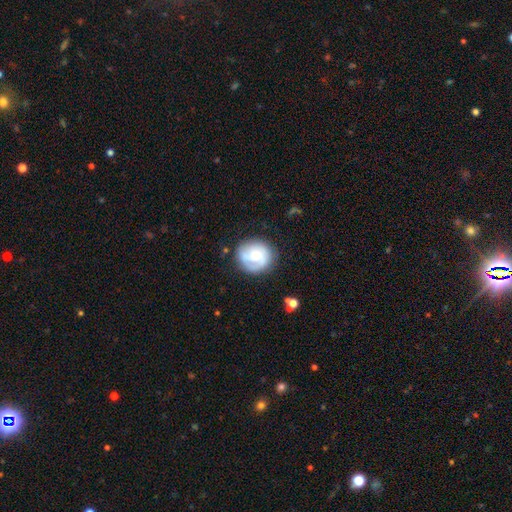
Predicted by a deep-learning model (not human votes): A featured or disk galaxy (54%) with no bar (70%), spiral arms (79%) and a moderate central bulge (46%, tied with small).

Vote fractions:
- Smooth or featured? featured or disk: 54% / smooth: 40% / star or artifact: 7%
- Edge-on disk? no: 98% / yes: 2%
- Bar? no: 70% / weak: 25% / strong: 5%
- Spiral arms? yes: 79% / no: 21%
- Bulge size? moderate: 46% (tied) / small: 46% (tied) / large: 4% / none: 3% / dominant: 1%
- Merging? none: 72% / minor disturbance: 18% / major disturbance: 7% / merger: 3%